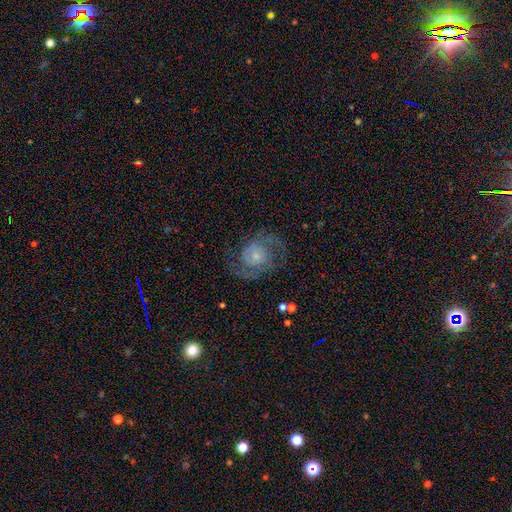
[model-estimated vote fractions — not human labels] Smooth or featured?
  - featured or disk: 79% *
  - smooth: 14%
  - star or artifact: 7%
Edge-on disk?
  - no: 98% *
  - yes: 2%
Bar?
  - no: 71% *
  - weak: 24%
  - strong: 4%
Spiral arms?
  - yes: 92% *
  - no: 8%
Spiral winding?
  - medium: 50% *
  - tight: 32%
  - loose: 18%
Spiral arm count?
  - 2: 83% *
  - can't tell: 8%
  - 3: 3%
  - 1: 3%
  - 4: 2%
  - more than 4: 2%
Bulge size?
  - small: 61% *
  - moderate: 27%
  - none: 6%
  - large: 5%
  - dominant: 2%
Merging?
  - none: 71% *
  - minor disturbance: 15%
  - major disturbance: 13%
  - merger: 1%